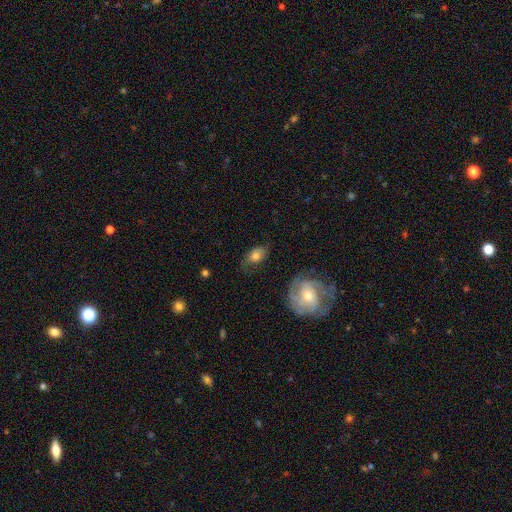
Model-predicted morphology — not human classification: smooth-or-featured: smooth: 63% | featured or disk: 28% | star or artifact: 9%
  how-rounded: in between: 82% | round: 16% | cigar-shaped: 2%
  merging: none: 67% | minor disturbance: 22% | major disturbance: 9% | merger: 2%